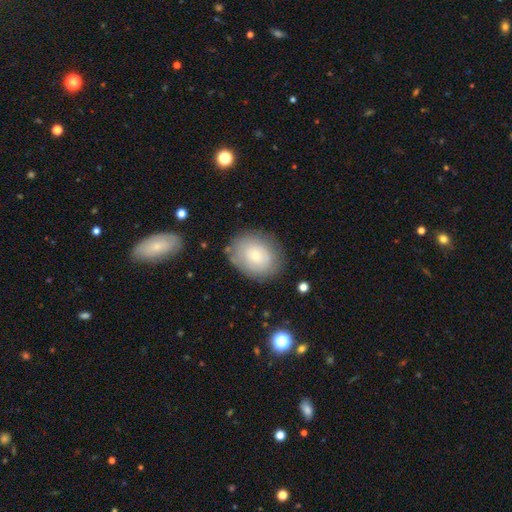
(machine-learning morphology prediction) This is likely a smooth galaxy (64%). How rounded: possibly in between (53%). Merging: likely none (78%).